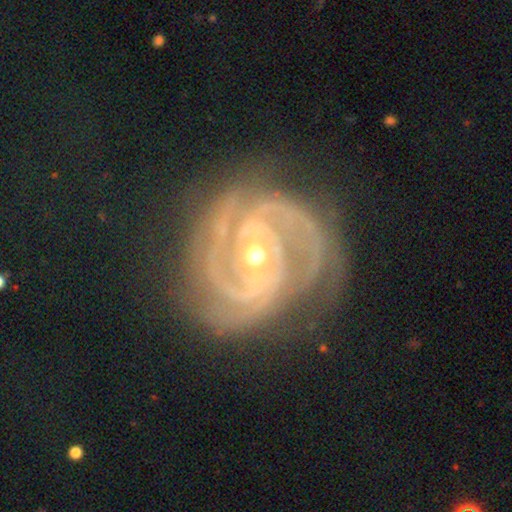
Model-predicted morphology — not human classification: featured or disk 90%, star or artifact 6%, smooth 3%. Down the decision tree: edge-on disk — no (97%); bar — weak (39%); spiral arms — yes (98%); spiral arm count — 2 (33%); spiral winding — tight (75%); bulge size — small (50%); merging — none (76%).